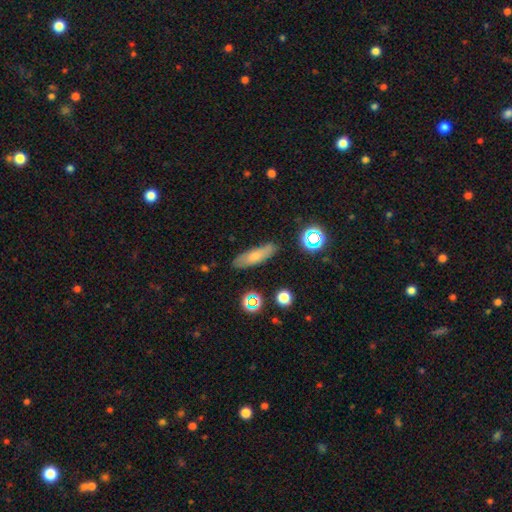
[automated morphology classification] Smooth or featured? smooth (69%)
How rounded? cigar-shaped (56%)
Merging? none (81%)